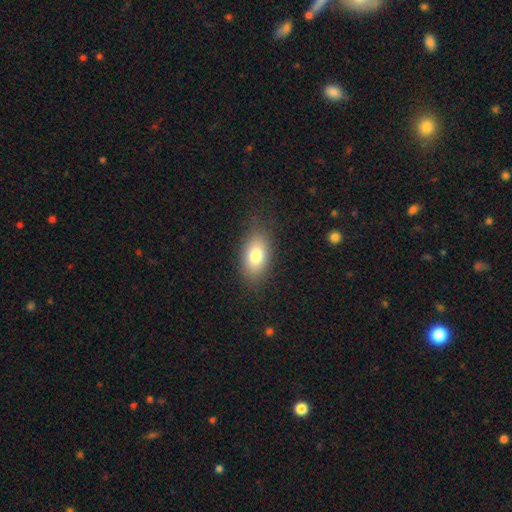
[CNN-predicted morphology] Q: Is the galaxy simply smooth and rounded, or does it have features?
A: smooth — 78%.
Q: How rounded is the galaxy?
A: in between — 88%.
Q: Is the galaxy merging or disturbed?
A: none — 77%.